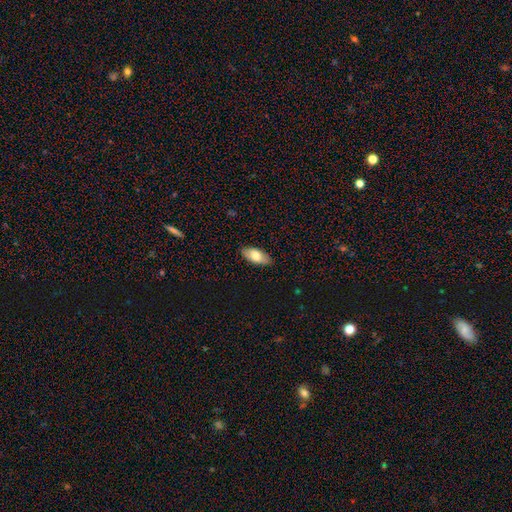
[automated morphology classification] Overall: smooth (72%). How rounded: in between (89%). Merging: none (86%).